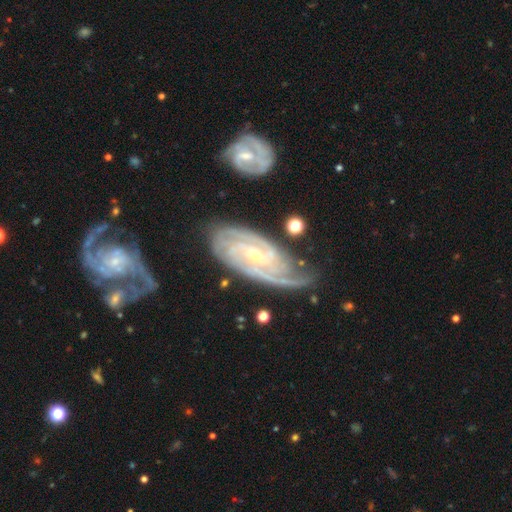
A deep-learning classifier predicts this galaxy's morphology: A featured or disk galaxy (91%) with a weak bar (41%), 2 (31%) tight (71%) spiral arms (98%) and a small central bulge (65%).

Vote fractions:
- Smooth or featured? featured or disk: 91% / star or artifact: 5% / smooth: 4%
- Edge-on disk? no: 95% / yes: 5%
- Bar? weak: 41% / no: 40% / strong: 18%
- Spiral arms? yes: 98% / no: 2%
- Spiral winding? tight: 71% / medium: 25% / loose: 4%
- Spiral arm count? 2: 31% / 3: 26% / can't tell: 18% / 4: 13% / more than 4: 6% / 1: 6%
- Bulge size? small: 65% / moderate: 32% / none: 1% / large: 1% / dominant: 1%
- Merging? none: 63% / minor disturbance: 23% / major disturbance: 8% / merger: 6%